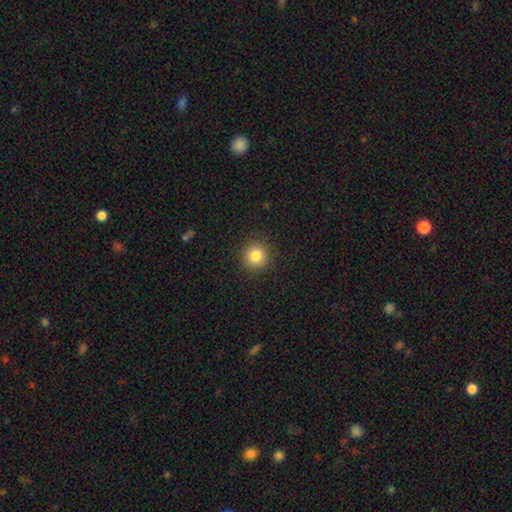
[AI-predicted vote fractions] smooth 83%, star or artifact 11%, featured or disk 6%. Down the decision tree: how rounded — round (93%); merging — none (91%).